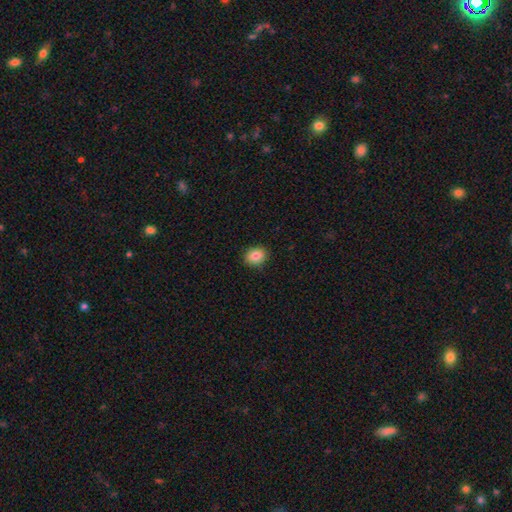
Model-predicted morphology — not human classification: smooth-or-featured: smooth: 84% | star or artifact: 9% | featured or disk: 6%
  how-rounded: round: 58% | in between: 41% | cigar-shaped: 1%
  merging: none: 89% | minor disturbance: 8% | major disturbance: 2% | merger: 1%